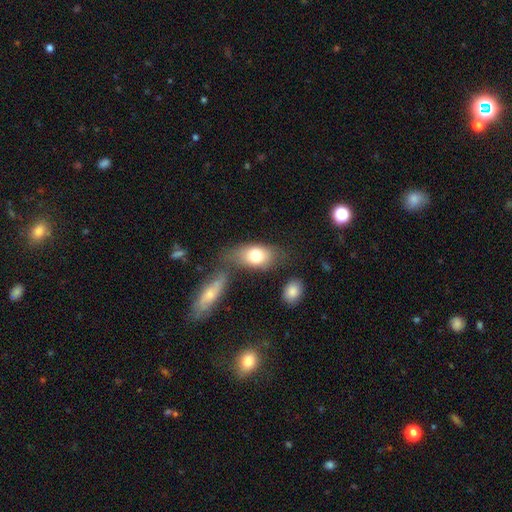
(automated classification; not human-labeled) Morphology: type=smooth (76%); roundness=in between (85%); merging=none (52%).